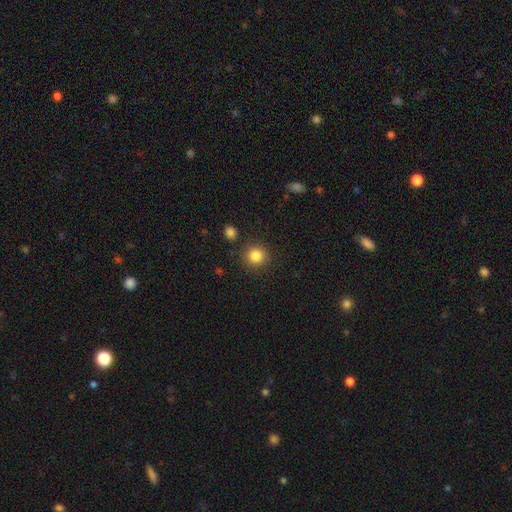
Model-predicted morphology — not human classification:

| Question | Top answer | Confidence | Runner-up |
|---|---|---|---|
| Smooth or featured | smooth | 85% | star or artifact (11%) |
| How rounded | round | 91% | in between (8%) |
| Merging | none | 88% | minor disturbance (7%) |